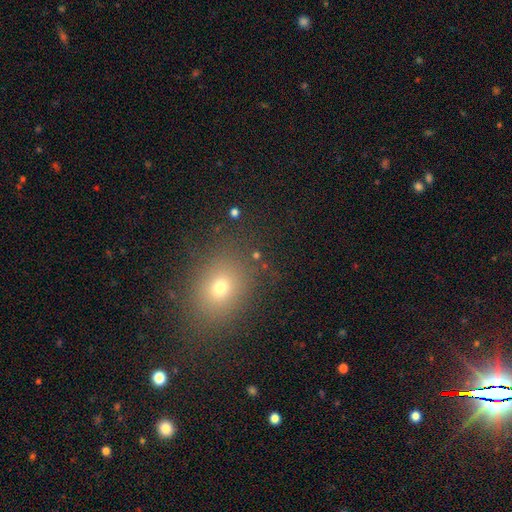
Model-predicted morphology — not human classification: smooth_or_featured: smooth (p=0.65) [alt: star or artifact p=0.24]
how_rounded: round (p=0.49) [tied with: in between p=0.49]
merging: none (p=0.81) [alt: minor disturbance p=0.10]